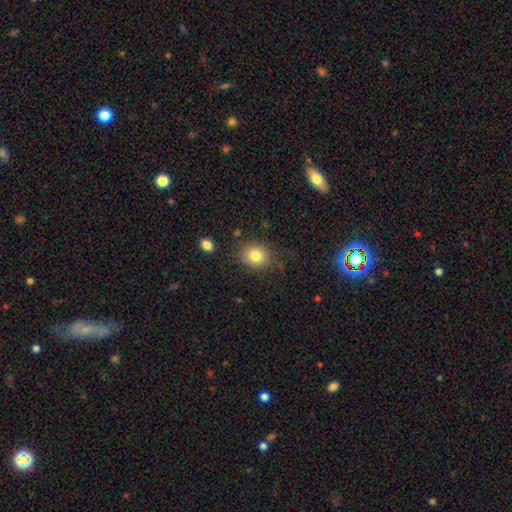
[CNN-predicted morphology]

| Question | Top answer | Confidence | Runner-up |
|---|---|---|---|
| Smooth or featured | smooth | 80% | star or artifact (11%) |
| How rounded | round | 70% | in between (29%) |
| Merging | none | 82% | minor disturbance (12%) |